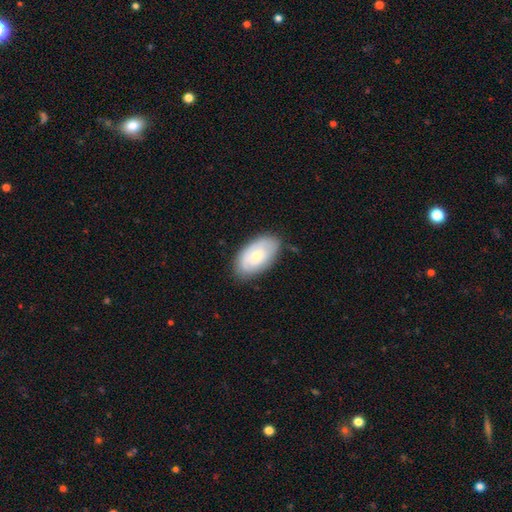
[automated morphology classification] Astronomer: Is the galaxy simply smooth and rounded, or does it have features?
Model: smooth — 56% (runner-up: featured or disk, 38%).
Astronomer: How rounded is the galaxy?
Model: in between — 94%.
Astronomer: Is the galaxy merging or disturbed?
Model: none — 76%.